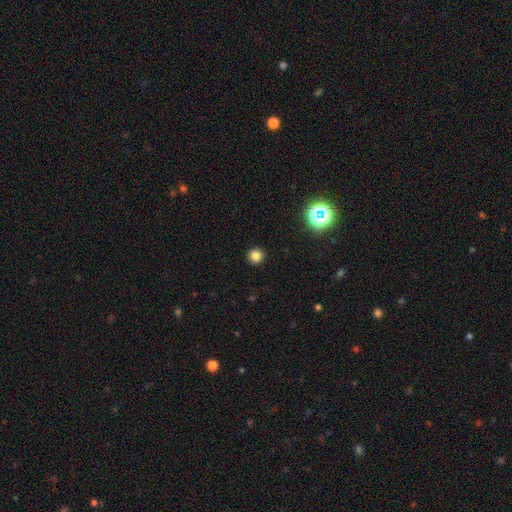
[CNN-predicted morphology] type=smooth (81%); roundness=round (95%); merging=none (93%).